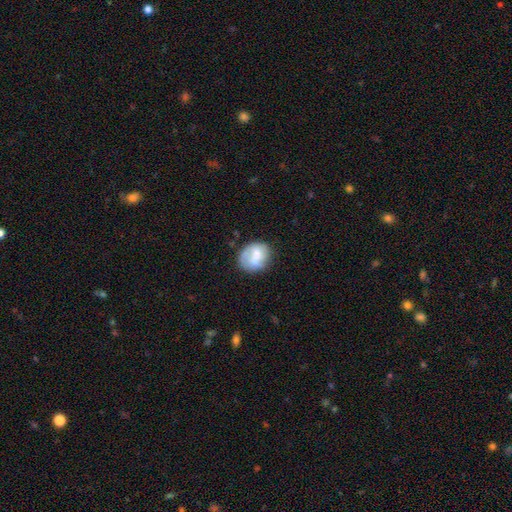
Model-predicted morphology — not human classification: Smooth or featured? smooth (55%)
How rounded? round (66%)
Merging? none (64%)